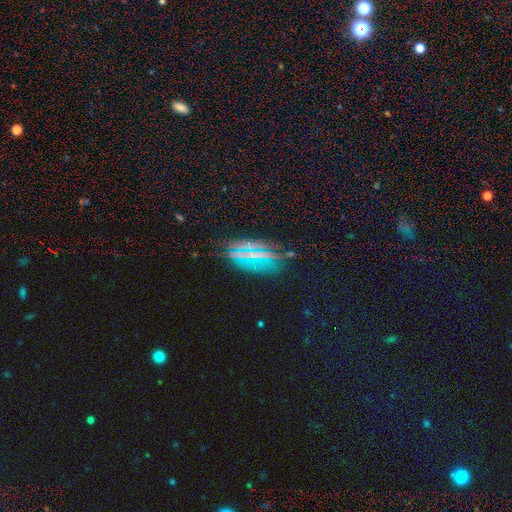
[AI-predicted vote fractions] Smooth or featured: star or artifact — 55% (smooth — 28%)